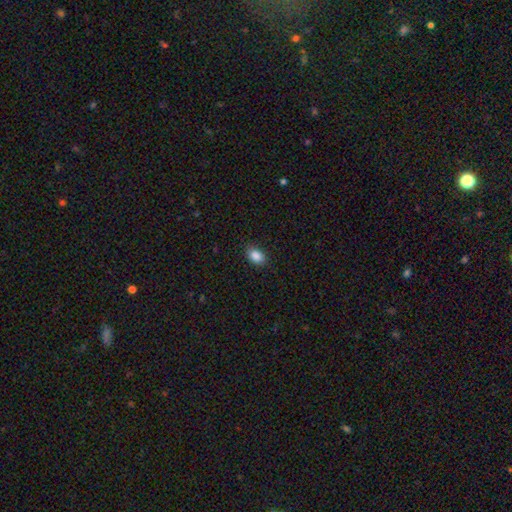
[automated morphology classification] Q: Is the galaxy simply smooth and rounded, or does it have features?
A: smooth — 88%.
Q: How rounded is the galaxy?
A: in between — 82%.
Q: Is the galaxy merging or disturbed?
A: none — 87%.